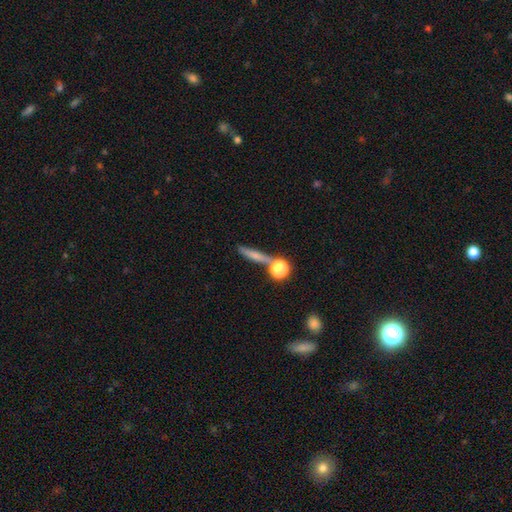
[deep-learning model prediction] smooth_or_featured: smooth (p=0.60) [alt: featured or disk p=0.26]
how_rounded: cigar-shaped (p=0.69) [alt: round p=0.17]
merging: none (p=0.69) [alt: merger p=0.15]